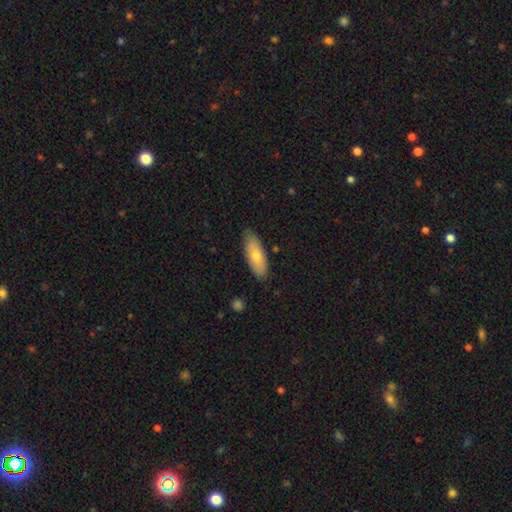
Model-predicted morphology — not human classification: Q: Smooth or featured?
A: smooth (71%); runner-up: featured or disk (23%)
Q: How rounded?
A: in between (67%); runner-up: cigar-shaped (31%)
Q: Merging?
A: none (85%); runner-up: minor disturbance (12%)